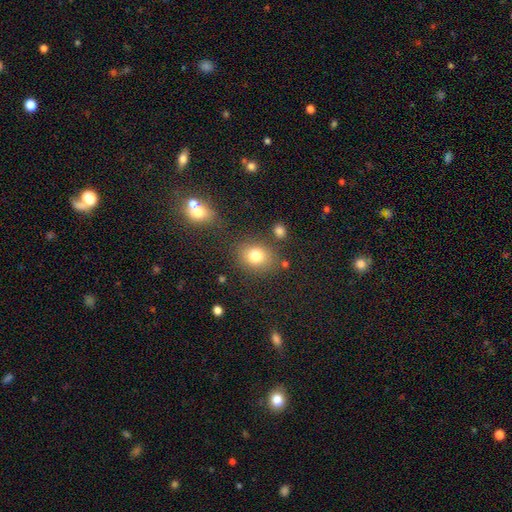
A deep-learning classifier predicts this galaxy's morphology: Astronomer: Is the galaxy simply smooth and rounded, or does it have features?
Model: smooth — 79%.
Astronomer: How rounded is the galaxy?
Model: round — 60% (runner-up: in between, 39%).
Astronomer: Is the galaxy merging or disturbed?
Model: none — 77%.